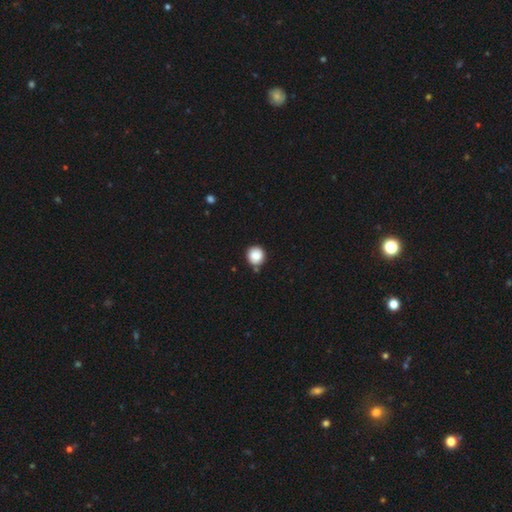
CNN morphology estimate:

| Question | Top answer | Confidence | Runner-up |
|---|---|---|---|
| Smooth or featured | smooth | 86% | star or artifact (9%) |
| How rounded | round | 91% | in between (8%) |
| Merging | none | 78% | minor disturbance (14%) |